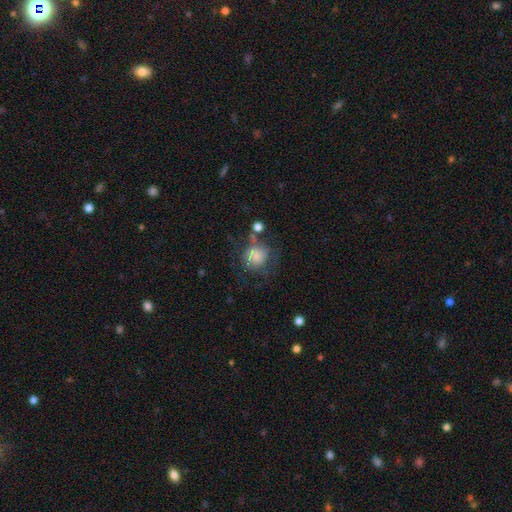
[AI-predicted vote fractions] Q: Smooth or featured?
A: smooth (64%); runner-up: featured or disk (25%)
Q: How rounded?
A: round (78%); runner-up: in between (21%)
Q: Merging?
A: none (43%); runner-up: major disturbance (24%)